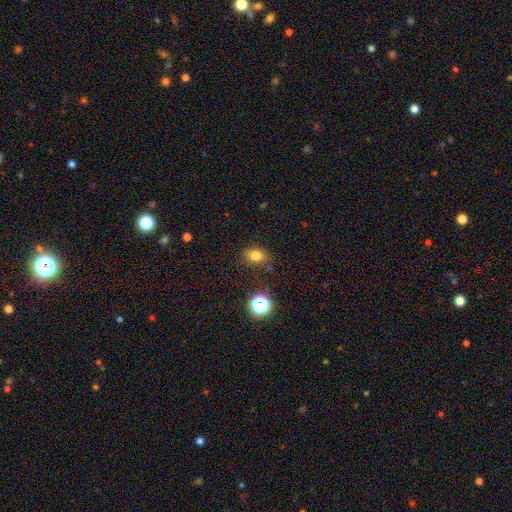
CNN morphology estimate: This appears to be a smooth galaxy with no disk features (78%) that is in between round and cigar-shaped (70%). Merging: none (83%).